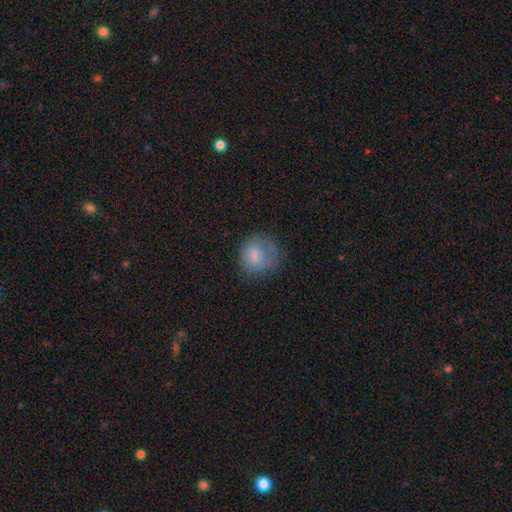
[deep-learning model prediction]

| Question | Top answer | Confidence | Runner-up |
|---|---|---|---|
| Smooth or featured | smooth | 76% | featured or disk (15%) |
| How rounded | round | 79% | in between (20%) |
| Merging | none | 58% | minor disturbance (24%) |